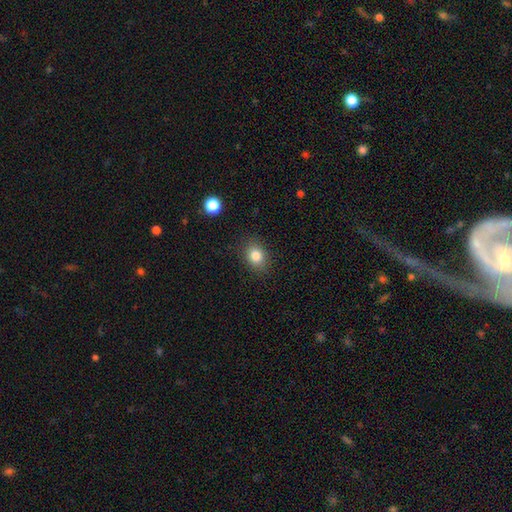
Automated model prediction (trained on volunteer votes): smooth-or-featured: smooth: 82% | star or artifact: 10% | featured or disk: 7%
  how-rounded: round: 50% | in between: 49% | cigar-shaped: 1%
  merging: none: 87% | minor disturbance: 9% | major disturbance: 3% | merger: 1%